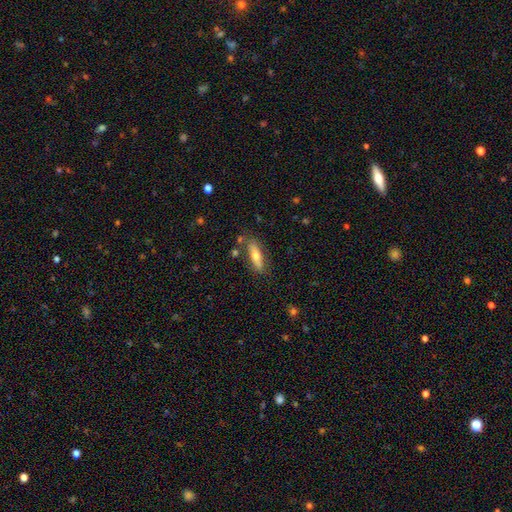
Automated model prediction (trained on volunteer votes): A smooth galaxy with no disk features (59%) that is cigar-shaped (53%). Merging: none (75%).